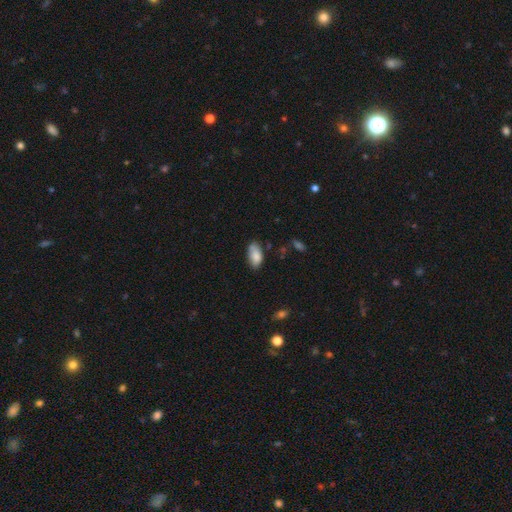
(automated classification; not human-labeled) smooth-or-featured: smooth: 82% | featured or disk: 11% | star or artifact: 7%
  how-rounded: in between: 93% | cigar-shaped: 4% | round: 3%
  merging: none: 66% | minor disturbance: 26% | major disturbance: 5% | merger: 3%